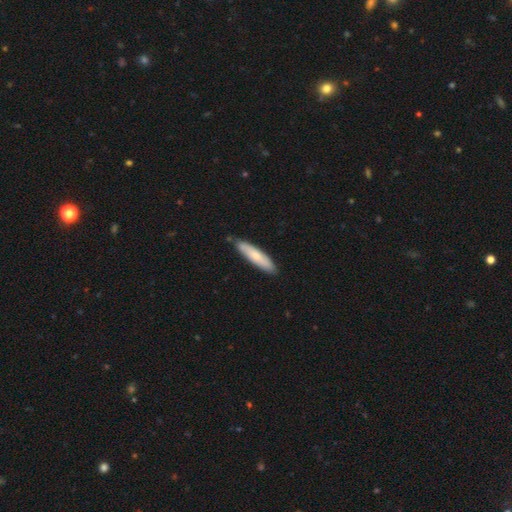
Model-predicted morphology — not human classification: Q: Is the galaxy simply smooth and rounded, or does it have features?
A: smooth — 69%.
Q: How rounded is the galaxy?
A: cigar-shaped — 79%.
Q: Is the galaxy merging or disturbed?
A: none — 83%.